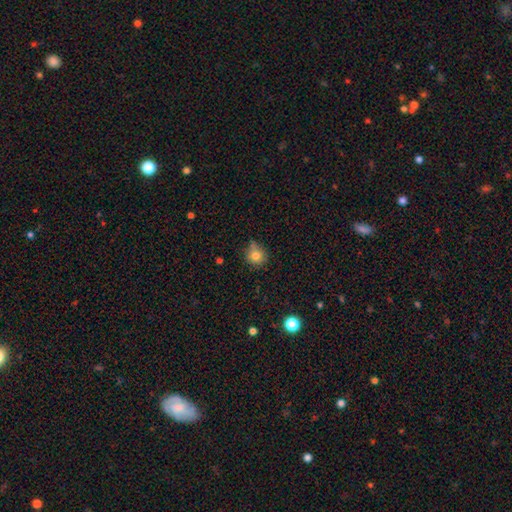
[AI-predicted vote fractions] A smooth galaxy with no disk features (79%) that is round (88%). Merging: none (65%).